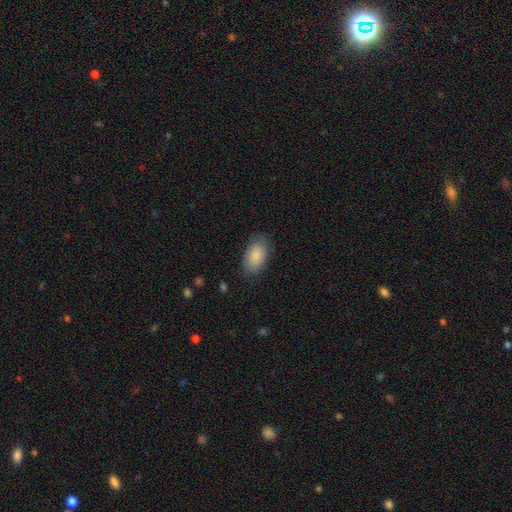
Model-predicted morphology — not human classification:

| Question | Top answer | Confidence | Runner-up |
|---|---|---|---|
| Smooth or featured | smooth | 87% | featured or disk (7%) |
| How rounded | in between | 91% | round (8%) |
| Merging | none | 79% | minor disturbance (15%) |